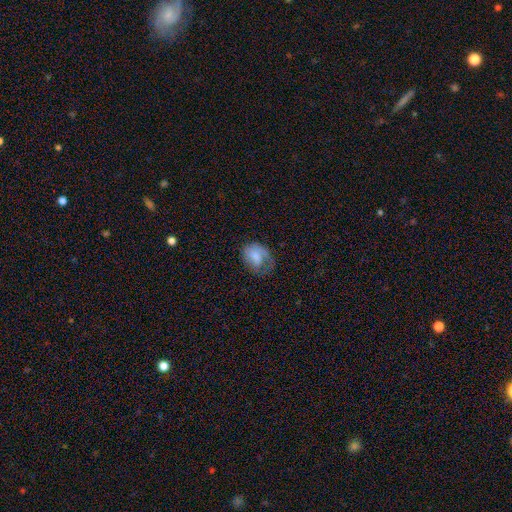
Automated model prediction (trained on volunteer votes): smooth 61%, featured or disk 32%, star or artifact 8%. Down the decision tree: how rounded — in between (63%); merging — none (38%).